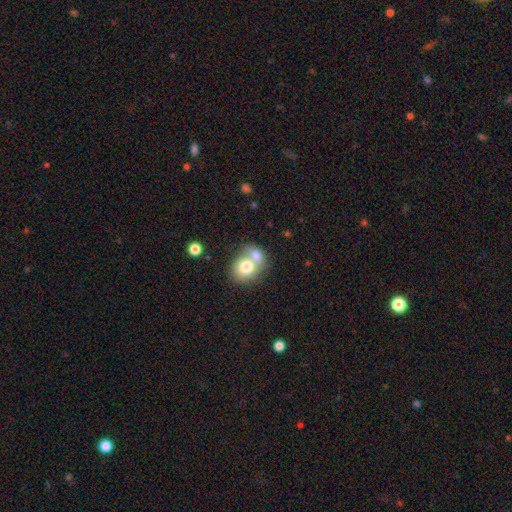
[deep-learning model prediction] Morphology: type=smooth (73%); roundness=round (57%); merging=merger (67%).